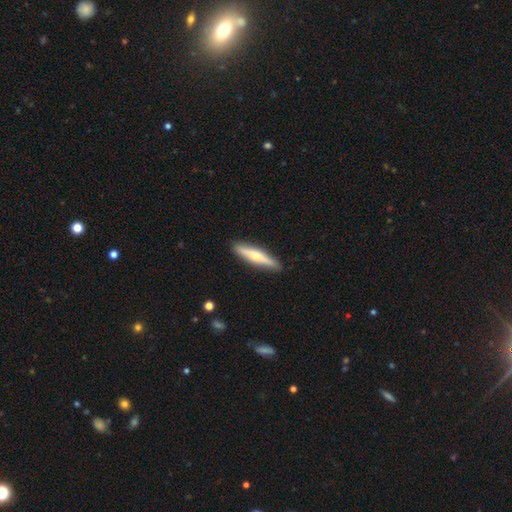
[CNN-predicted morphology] Q: Smooth or featured?
A: smooth (48%); runner-up: featured or disk (46%)
Q: Merging?
A: none (89%); runner-up: minor disturbance (8%)